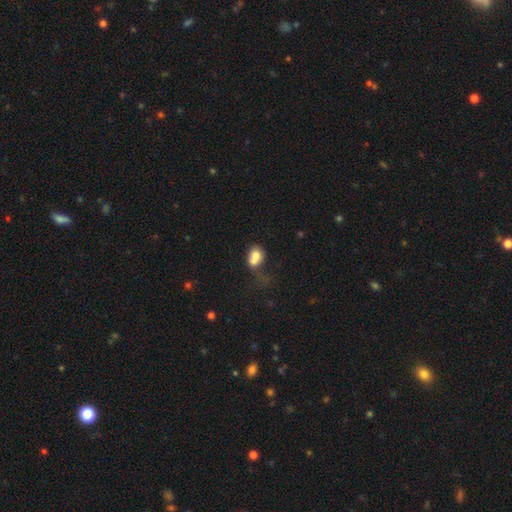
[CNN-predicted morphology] Overall: smooth (69%). How rounded: round (54%; in between 45%). Merging: merger (63%).